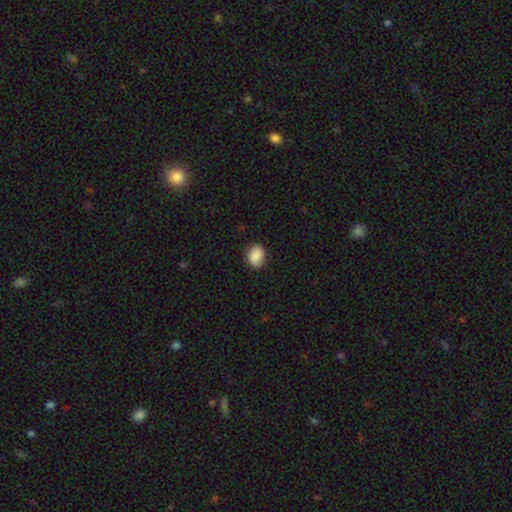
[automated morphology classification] Smooth or featured: smooth — 88% (star or artifact — 7%)
How rounded: in between — 58% (round — 41%)
Merging: none — 85% (minor disturbance — 11%)